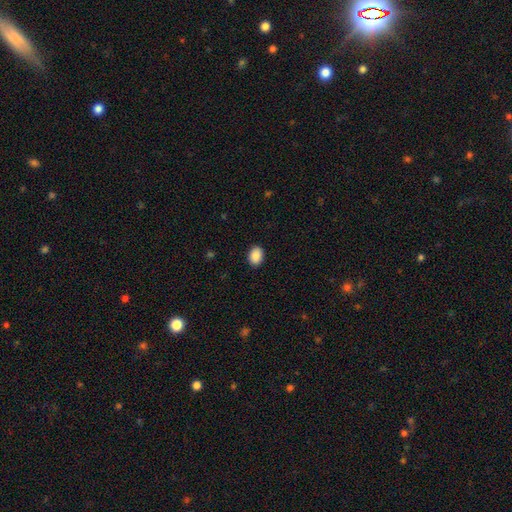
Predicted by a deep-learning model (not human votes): Q: Smooth or featured?
A: smooth (89%); runner-up: star or artifact (8%)
Q: How rounded?
A: in between (71%); runner-up: round (28%)
Q: Merging?
A: none (90%); runner-up: minor disturbance (7%)